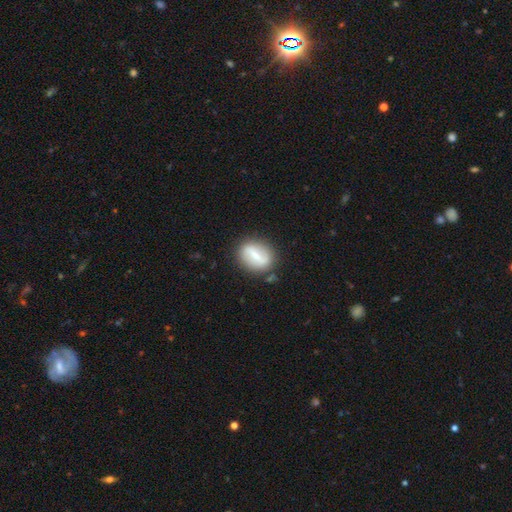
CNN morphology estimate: smooth-or-featured: featured or disk: 47% | smooth: 46% | star or artifact: 7%
  merging: none: 81% | minor disturbance: 12% | major disturbance: 4% | merger: 3%